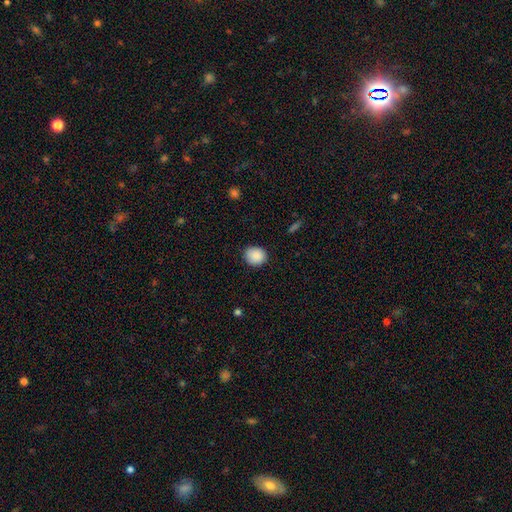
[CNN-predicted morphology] A smooth galaxy with no disk features (88%) that is round (72%).

Vote fractions:
- Smooth or featured? smooth: 88% / star or artifact: 8% / featured or disk: 4%
- How rounded? round: 72% / in between: 27% / cigar-shaped: 1%
- Merging? none: 85% / minor disturbance: 11% / major disturbance: 2% / merger: 1%